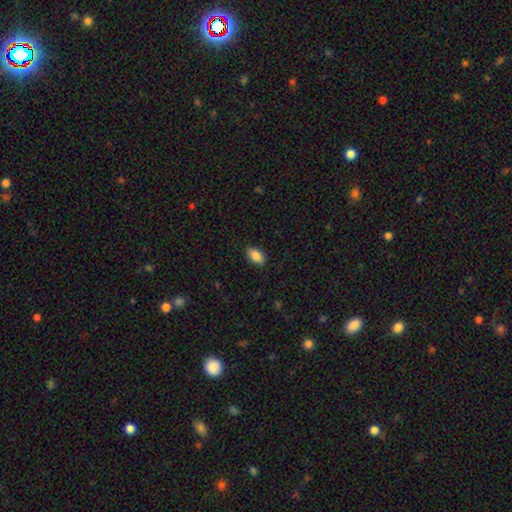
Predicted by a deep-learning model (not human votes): A smooth galaxy with no disk features (88%) that is in between round and cigar-shaped (92%).

Vote fractions:
- Smooth or featured? smooth: 88% / star or artifact: 7% / featured or disk: 5%
- How rounded? in between: 92% / round: 6% / cigar-shaped: 2%
- Merging? none: 89% / minor disturbance: 8% / major disturbance: 2% / merger: 1%